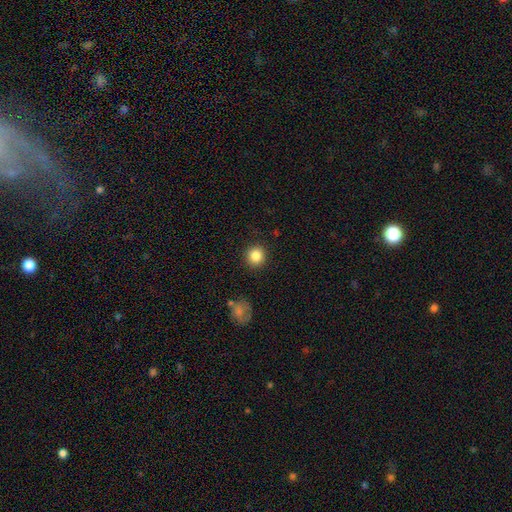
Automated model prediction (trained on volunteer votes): A smooth galaxy with no disk features (86%) that is round (90%).

Vote fractions:
- Smooth or featured? smooth: 86% / star or artifact: 10% / featured or disk: 5%
- How rounded? round: 90% / in between: 9% / cigar-shaped: 1%
- Merging? none: 90% / minor disturbance: 6% / major disturbance: 2% / merger: 1%